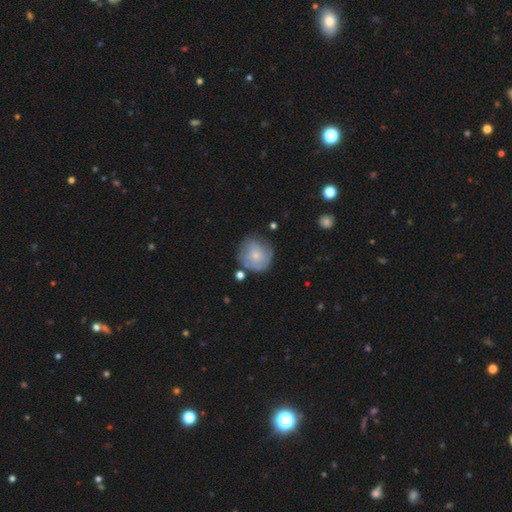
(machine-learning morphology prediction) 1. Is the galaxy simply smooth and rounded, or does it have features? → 56% smooth, 37% featured or disk, 7% star or artifact.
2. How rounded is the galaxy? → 89% round, 10% in between, 1% cigar-shaped.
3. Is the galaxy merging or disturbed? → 65% none, 22% minor disturbance, 8% major disturbance, 5% merger.